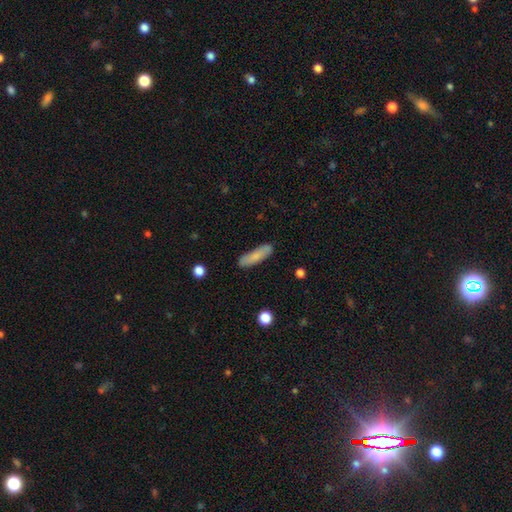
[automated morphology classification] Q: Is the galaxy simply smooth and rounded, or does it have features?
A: smooth — 80%.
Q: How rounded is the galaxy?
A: cigar-shaped — 71%.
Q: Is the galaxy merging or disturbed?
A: none — 84%.